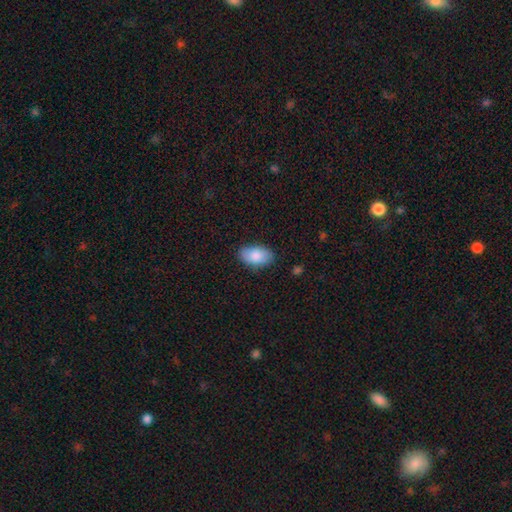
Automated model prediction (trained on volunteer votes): The model was most divided on "merging": none: 83%, minor disturbance: 13%, major disturbance: 3%, merger: 1%. More confident: how rounded — in between (94%); smooth or featured — smooth (86%).